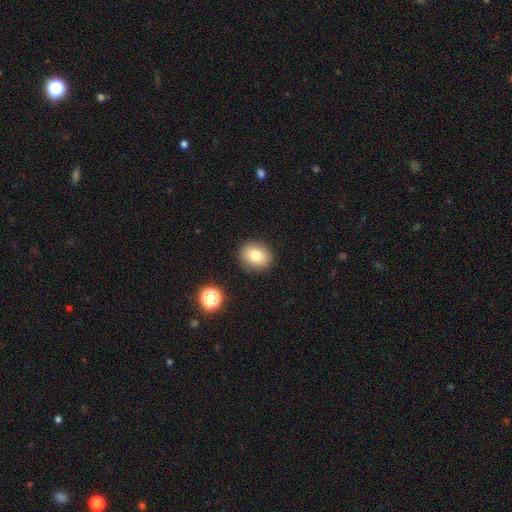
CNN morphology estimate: type=smooth (79%); roundness=round (67%); merging=none (88%).